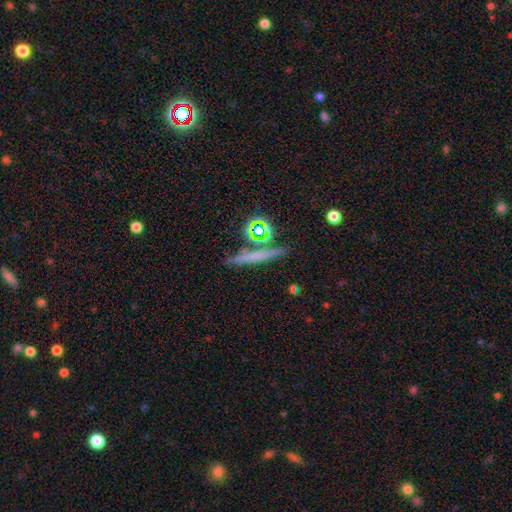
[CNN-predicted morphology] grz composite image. It shows a smooth galaxy with no disk features (49%). Merging: none (78%).